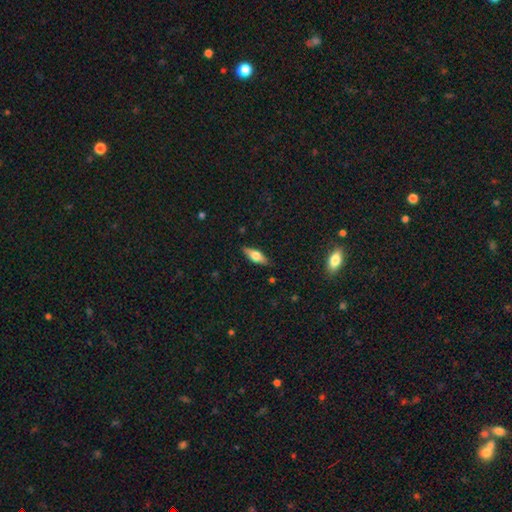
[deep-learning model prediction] featured or disk 48%, smooth 45%, star or artifact 7%. Down the decision tree: merging — none (87%).